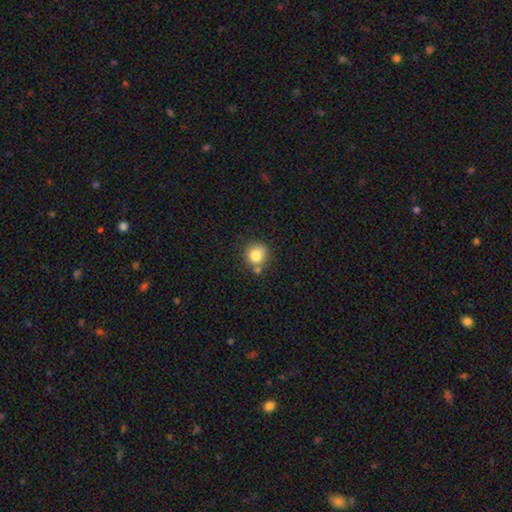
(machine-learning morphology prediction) This is clearly a smooth galaxy (81%). How rounded: clearly round (87%). Merging: likely none (64%).